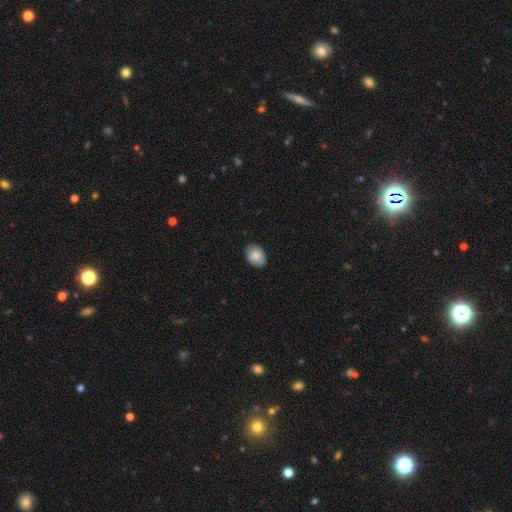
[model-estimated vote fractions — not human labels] Q: Smooth or featured?
A: smooth (86%); runner-up: featured or disk (8%)
Q: How rounded?
A: in between (77%); runner-up: round (23%)
Q: Merging?
A: none (84%); runner-up: minor disturbance (13%)